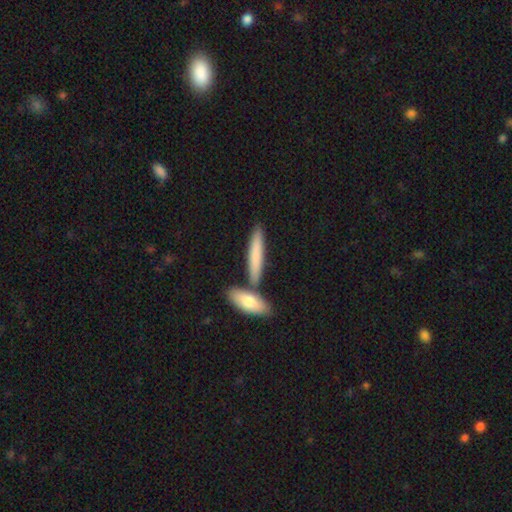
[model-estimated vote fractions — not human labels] smooth 75%, featured or disk 20%, star or artifact 5%. Down the decision tree: how rounded — cigar-shaped (85%); merging — none (71%).